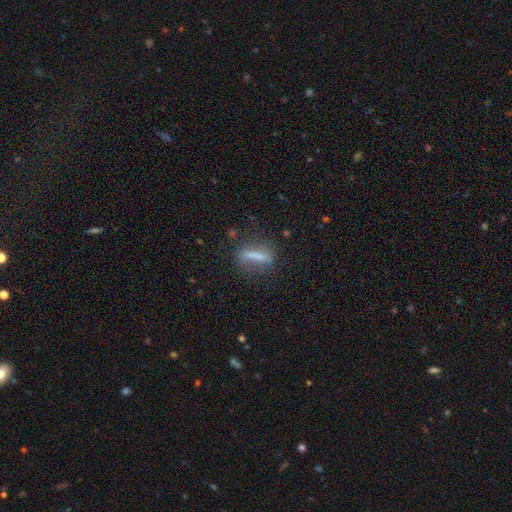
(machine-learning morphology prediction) Smooth or featured? smooth (47%)
Merging? none (74%)